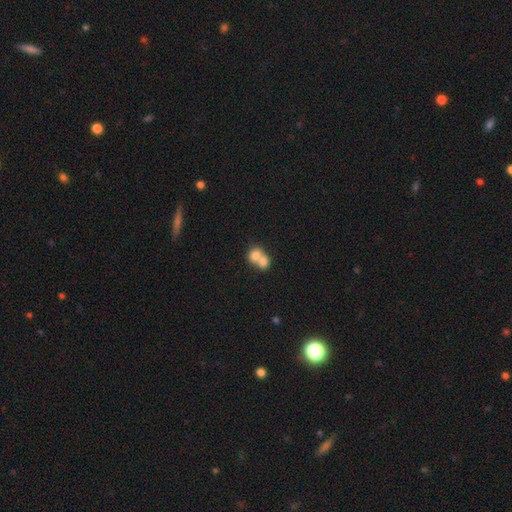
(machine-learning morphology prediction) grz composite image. It shows a smooth galaxy with no disk features (75%) that is round (66%). Merging: merger (72%).